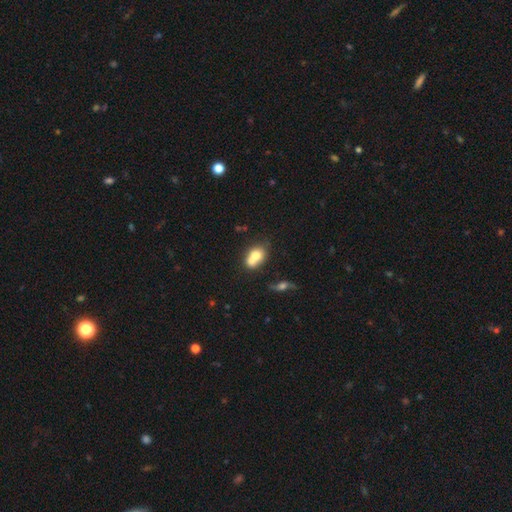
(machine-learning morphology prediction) The model was most divided on "how rounded": in between: 62%, round: 36%, cigar-shaped: 2%. More confident: smooth or featured — smooth (68%); merging — merger (57%).